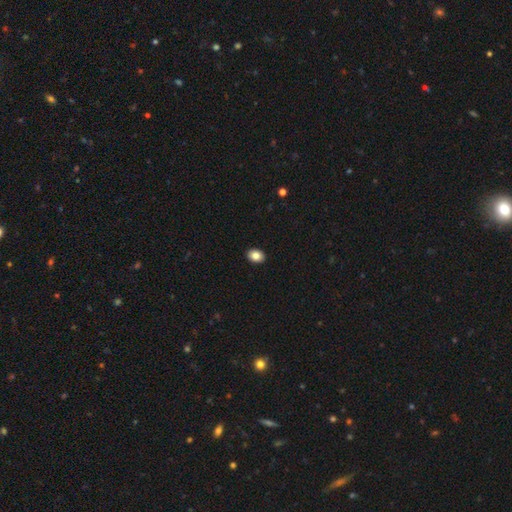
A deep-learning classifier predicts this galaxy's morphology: Smooth or featured? smooth (84%)
How rounded? in between (64%)
Merging? none (92%)